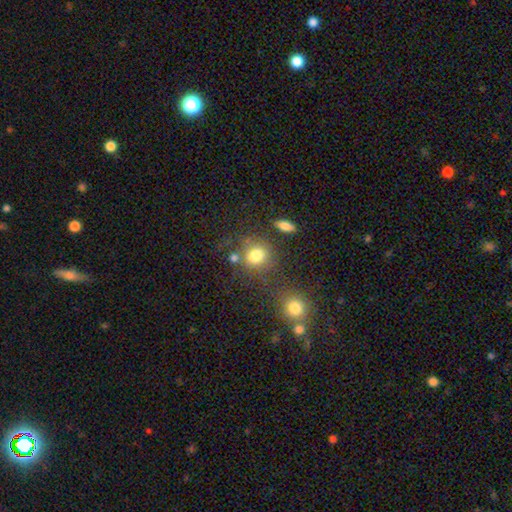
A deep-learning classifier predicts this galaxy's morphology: Smooth or featured: smooth — 78% (star or artifact — 13%)
How rounded: round — 73% (in between — 25%)
Merging: none — 63% (merger — 15%)